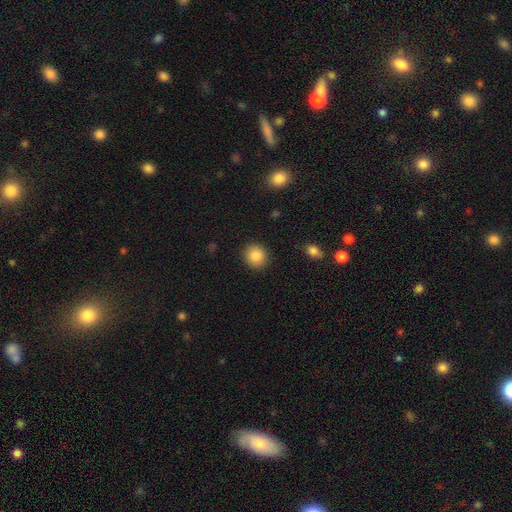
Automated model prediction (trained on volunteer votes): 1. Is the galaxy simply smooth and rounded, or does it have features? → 85% smooth, 9% star or artifact, 6% featured or disk.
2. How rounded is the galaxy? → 85% round, 14% in between, 1% cigar-shaped.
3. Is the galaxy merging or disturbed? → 91% none, 6% minor disturbance, 2% major disturbance, 1% merger.